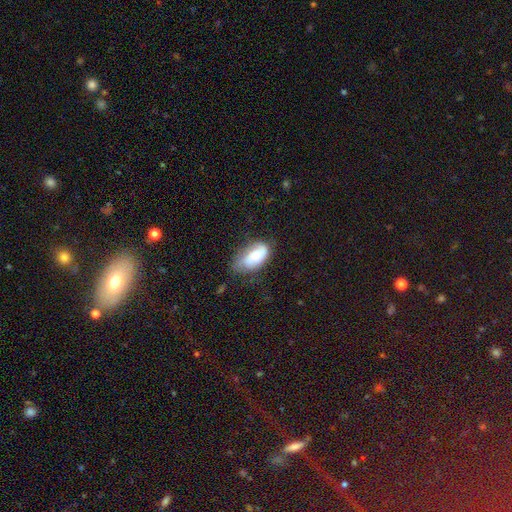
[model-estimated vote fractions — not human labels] Morphology: type=smooth (64%); roundness=in between (92%); merging=none (44%).